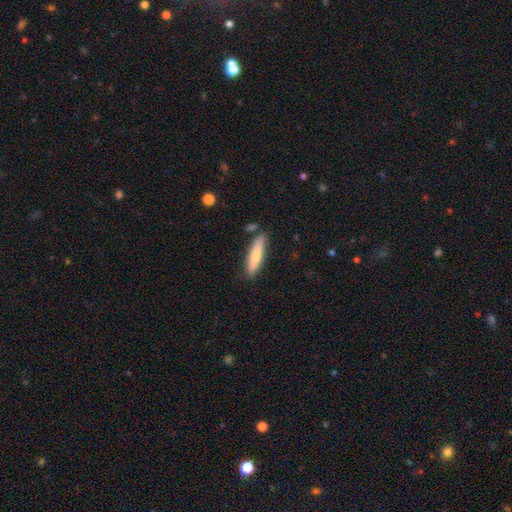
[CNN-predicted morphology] This is likely a smooth galaxy (68%). How rounded: likely cigar-shaped (76%). Merging: clearly none (81%).